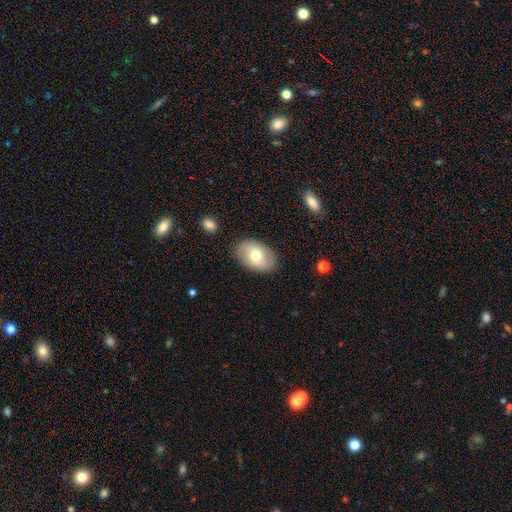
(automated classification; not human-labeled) Smooth or featured? smooth (68%)
How rounded? in between (88%)
Merging? none (86%)